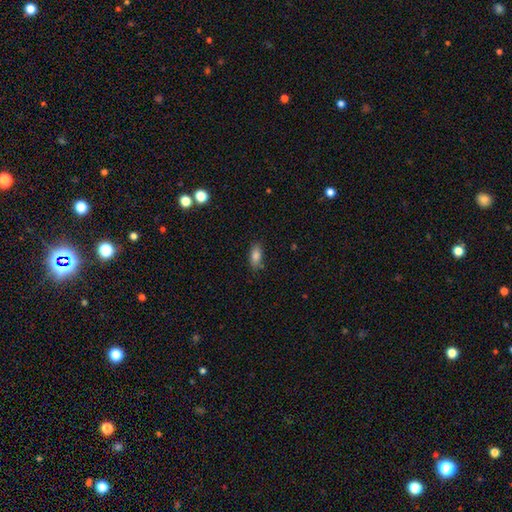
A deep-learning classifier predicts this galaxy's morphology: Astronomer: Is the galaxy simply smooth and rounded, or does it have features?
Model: smooth — 84%.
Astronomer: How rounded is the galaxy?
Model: in between — 86%.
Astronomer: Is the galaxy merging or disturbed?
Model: none — 83%.